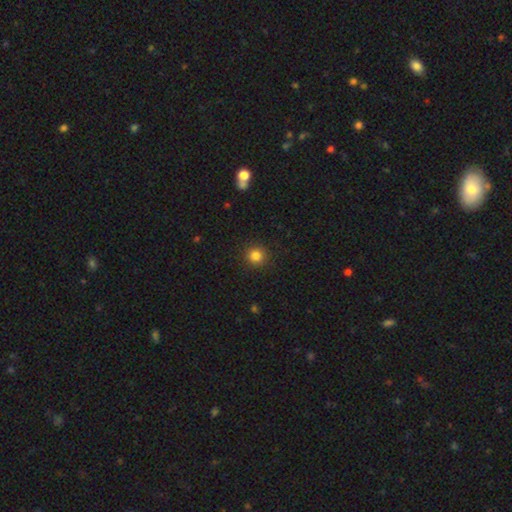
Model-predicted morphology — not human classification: Smooth or featured: smooth — 84% (star or artifact — 12%)
How rounded: round — 94% (in between — 5%)
Merging: none — 92% (minor disturbance — 5%)